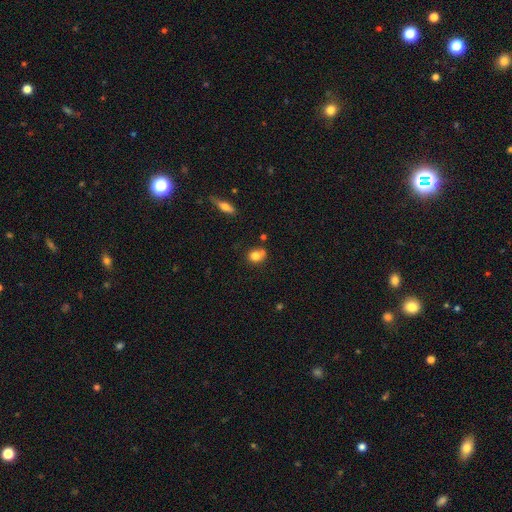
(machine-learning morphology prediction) Smooth or featured?
  - smooth: 78% *
  - featured or disk: 11%
  - star or artifact: 11%
How rounded?
  - round: 68% *
  - in between: 30%
  - cigar-shaped: 1%
Merging?
  - none: 52% *
  - merger: 25%
  - minor disturbance: 18%
  - major disturbance: 6%